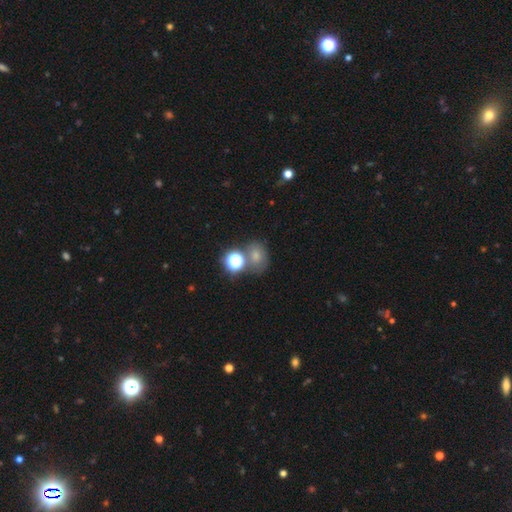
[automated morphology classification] This appears to be a smooth galaxy with no disk features (65%) that is in between round and cigar-shaped (50%). Merging: none (55%).